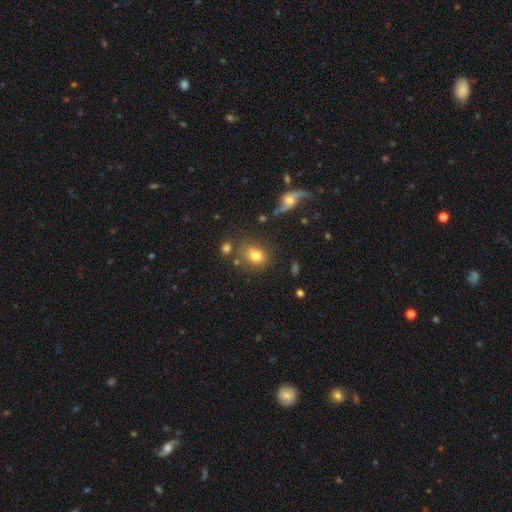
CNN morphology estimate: Smooth or featured?
  - smooth: 73% *
  - featured or disk: 14%
  - star or artifact: 12%
How rounded?
  - round: 52% *
  - in between: 46%
  - cigar-shaped: 1%
Merging?
  - none: 68% *
  - minor disturbance: 16%
  - merger: 10%
  - major disturbance: 6%